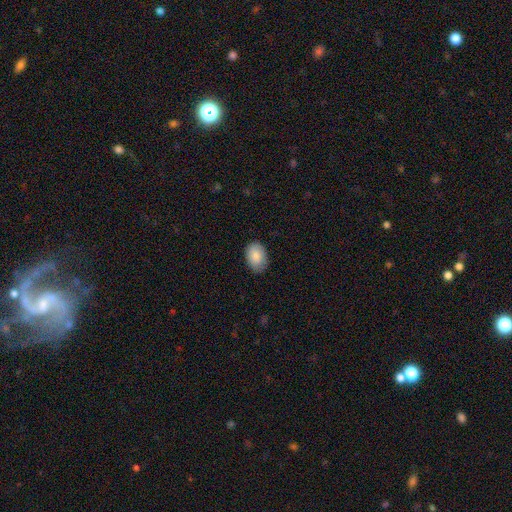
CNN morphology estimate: Smooth or featured?
  - smooth: 86% *
  - featured or disk: 8%
  - star or artifact: 7%
How rounded?
  - in between: 86% *
  - round: 13%
  - cigar-shaped: 1%
Merging?
  - none: 81% *
  - minor disturbance: 16%
  - major disturbance: 2%
  - merger: 1%